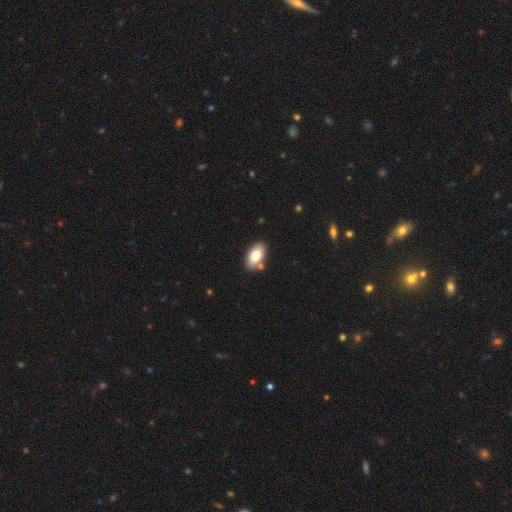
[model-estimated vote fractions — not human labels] Q: Smooth or featured?
A: smooth (78%); runner-up: featured or disk (15%)
Q: How rounded?
A: in between (93%); runner-up: round (5%)
Q: Merging?
A: none (77%); runner-up: minor disturbance (11%)